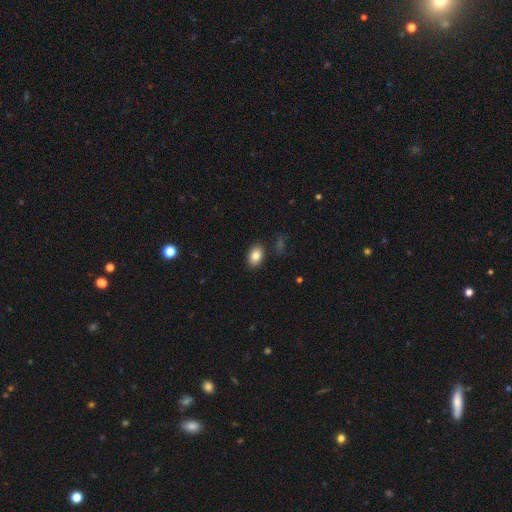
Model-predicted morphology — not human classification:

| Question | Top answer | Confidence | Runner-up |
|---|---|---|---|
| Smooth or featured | smooth | 83% | star or artifact (8%) |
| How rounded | in between | 83% | round (16%) |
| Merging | none | 87% | minor disturbance (9%) |